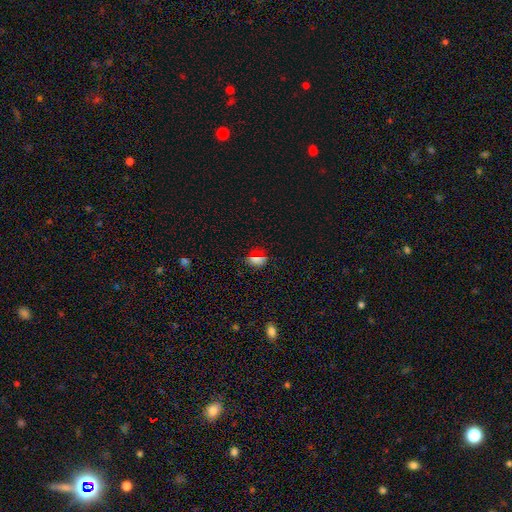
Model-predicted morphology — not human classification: smooth-or-featured: smooth: 62% | star or artifact: 31% | featured or disk: 7%
  how-rounded: in between: 50% | round: 43% | cigar-shaped: 7%
  merging: none: 83% | minor disturbance: 11% | major disturbance: 4% | merger: 2%